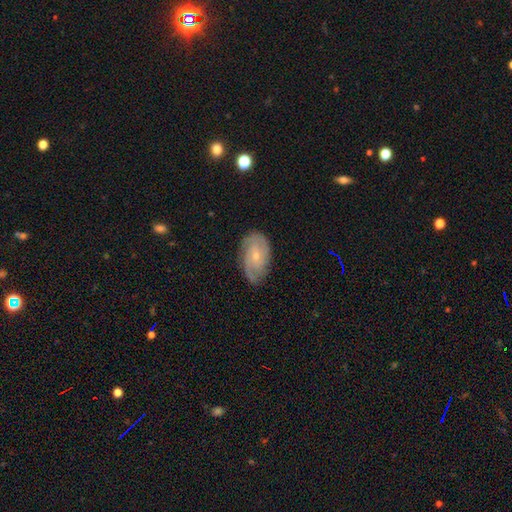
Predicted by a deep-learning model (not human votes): smooth-or-featured: featured or disk: 73% | smooth: 21% | star or artifact: 6%
  disk-edge-on: no: 95% | yes: 5%
    bar: no: 65% | weak: 30% | strong: 5%
    has-spiral-arms: yes: 92% | no: 8%
      spiral-winding: tight: 53% | medium: 36% | loose: 11%
      spiral-arm-count: 2: 42% | can't tell: 28% | 3: 17% | 4: 5% | 1: 5% | more than 4: 3%
    bulge-size: small: 72% | moderate: 24% | none: 2% | large: 1% | dominant: 1%
  merging: none: 76% | minor disturbance: 18% | major disturbance: 4% | merger: 1%